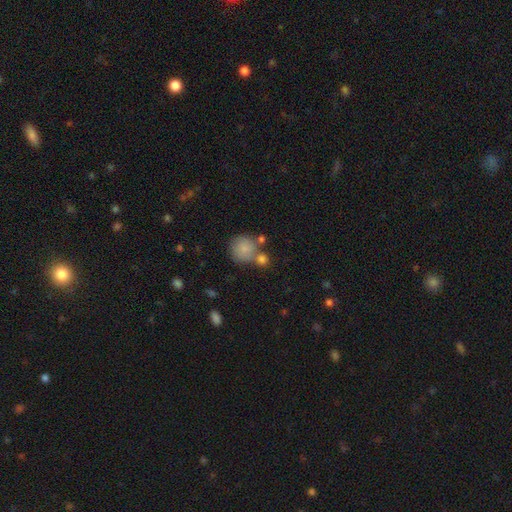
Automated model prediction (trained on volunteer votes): Smooth or featured? Predicted: smooth (p=0.70). How rounded? Predicted: round (p=0.90). Merging? Predicted: none (p=0.65).